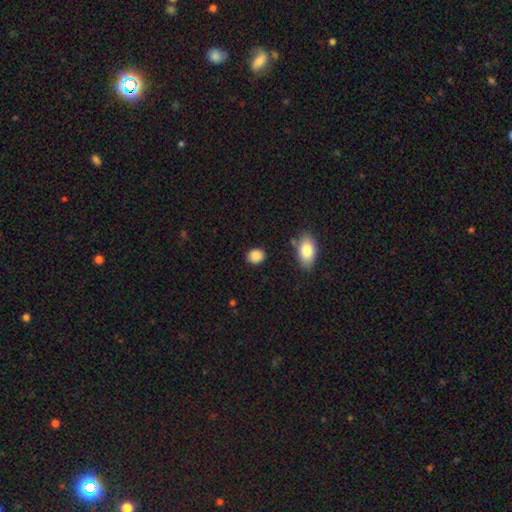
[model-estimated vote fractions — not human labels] Overall: smooth (89%). How rounded: round (57%; in between 42%). Merging: none (85%).